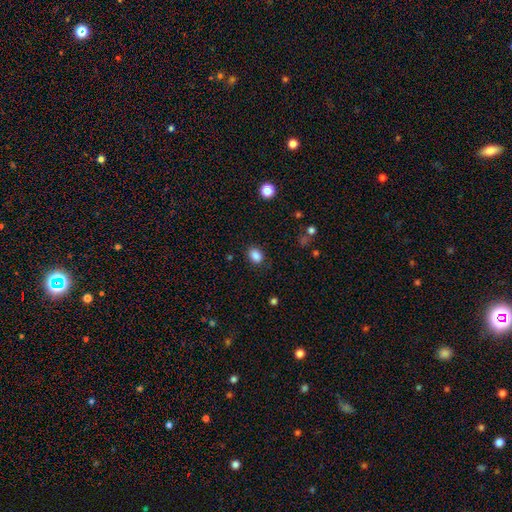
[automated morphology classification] smooth-or-featured: smooth: 87% | star or artifact: 10% | featured or disk: 3%
  how-rounded: in between: 65% | round: 34% | cigar-shaped: 1%
  merging: none: 86% | minor disturbance: 10% | major disturbance: 3% | merger: 1%